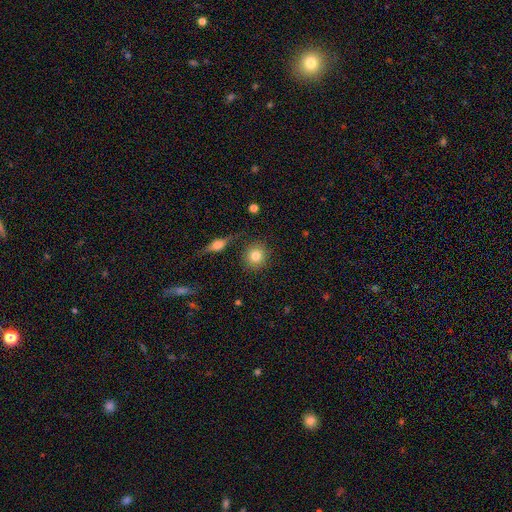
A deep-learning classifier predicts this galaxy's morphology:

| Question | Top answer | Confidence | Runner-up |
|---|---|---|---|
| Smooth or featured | smooth | 81% | featured or disk (10%) |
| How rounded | round | 88% | in between (11%) |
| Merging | none | 86% | minor disturbance (8%) |